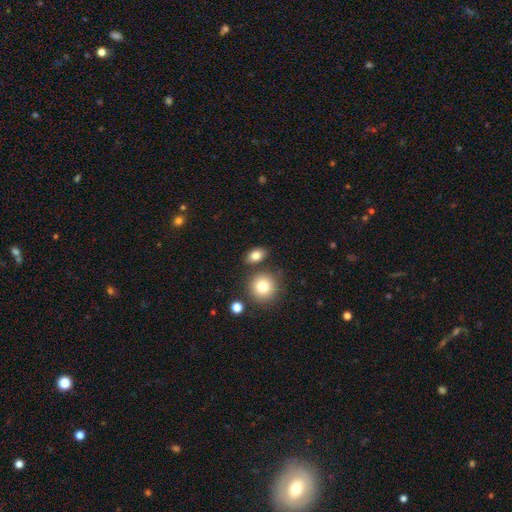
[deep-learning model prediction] Overall: smooth (81%). How rounded: in between (69%; round 29%). Merging: none (76%).